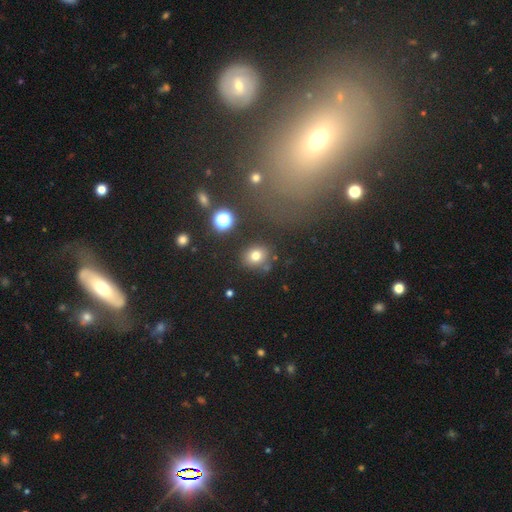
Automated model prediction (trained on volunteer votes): This is likely a smooth galaxy (74%). How rounded: likely round (69%). Merging: likely none (77%).